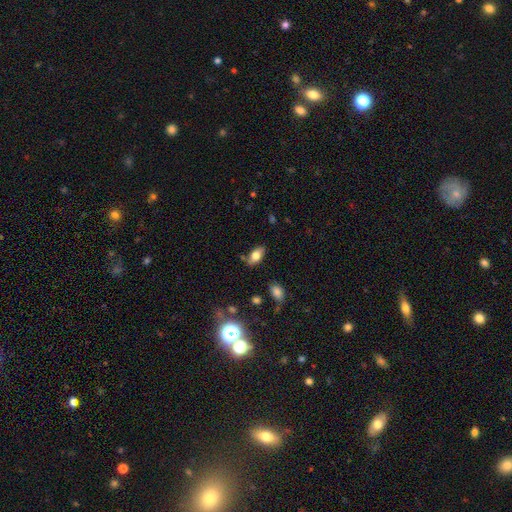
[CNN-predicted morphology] smooth 73%, featured or disk 17%, star or artifact 9%. Down the decision tree: how rounded — in between (89%); merging — none (76%).